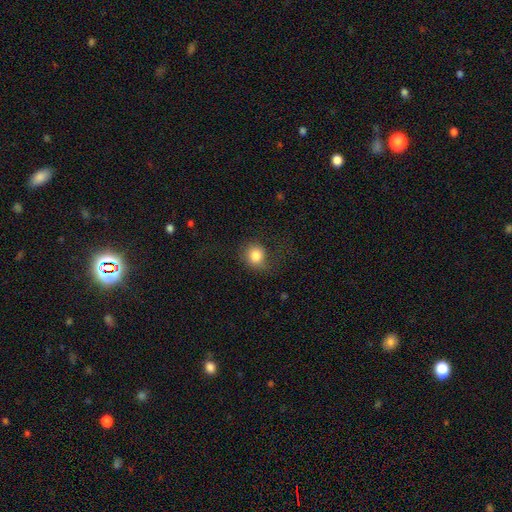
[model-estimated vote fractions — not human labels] smooth-or-featured: smooth: 81% | featured or disk: 10% | star or artifact: 9%
  how-rounded: round: 76% | in between: 23% | cigar-shaped: 1%
  merging: none: 56% | minor disturbance: 22% | major disturbance: 21% | merger: 2%